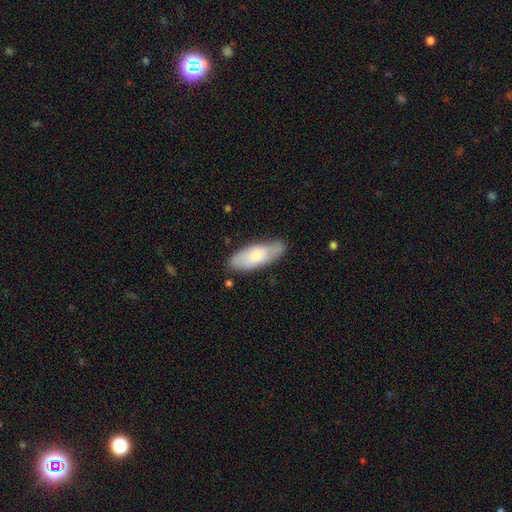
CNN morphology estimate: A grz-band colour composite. It shows a smooth galaxy with no disk features (68%) that is in between round and cigar-shaped (75%). Merging: none (75%).